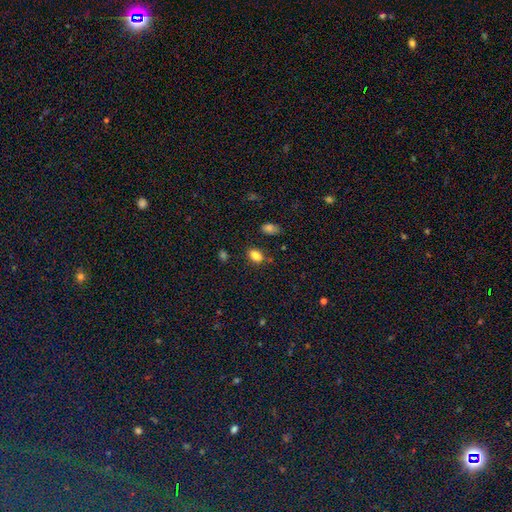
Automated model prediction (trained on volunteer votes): smooth 83%, star or artifact 11%, featured or disk 6%. Down the decision tree: how rounded — in between (85%); merging — none (77%).